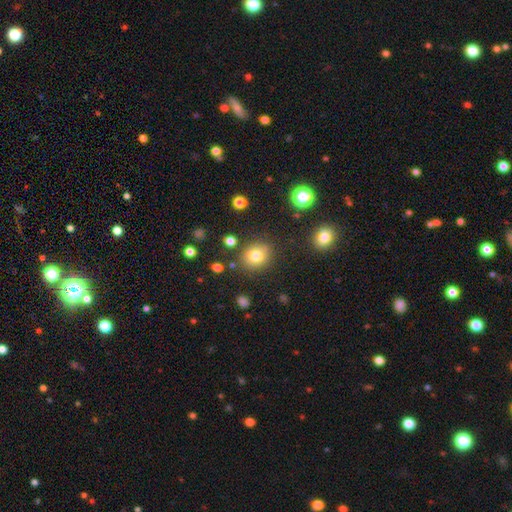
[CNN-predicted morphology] A smooth galaxy with no disk features (78%) that is round (72%). Merging: none (82%).